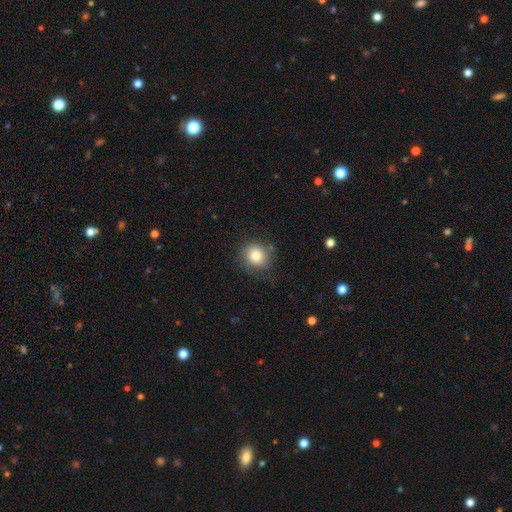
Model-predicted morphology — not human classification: A smooth galaxy with no disk features (82%) that is round (85%).

Vote fractions:
- Smooth or featured? smooth: 82% / star or artifact: 10% / featured or disk: 8%
- How rounded? round: 85% / in between: 14% / cigar-shaped: 1%
- Merging? none: 77% / minor disturbance: 16% / major disturbance: 5% / merger: 2%